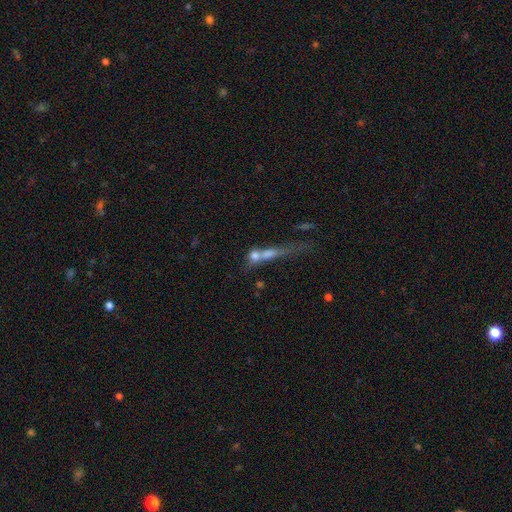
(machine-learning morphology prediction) smooth-or-featured: smooth: 58% | featured or disk: 29% | star or artifact: 13%
  how-rounded: in between: 35% | round: 33% | cigar-shaped: 32%
  merging: merger: 57% | none: 20% | major disturbance: 14% | minor disturbance: 9%